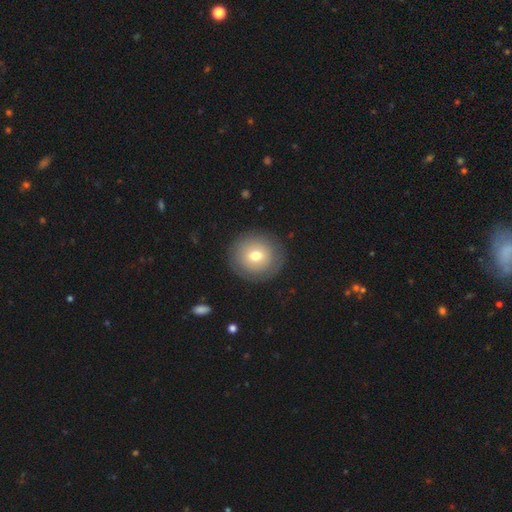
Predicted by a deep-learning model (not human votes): Q: Smooth or featured?
A: smooth (65%); runner-up: featured or disk (26%)
Q: How rounded?
A: round (91%); runner-up: in between (8%)
Q: Merging?
A: none (87%); runner-up: minor disturbance (9%)